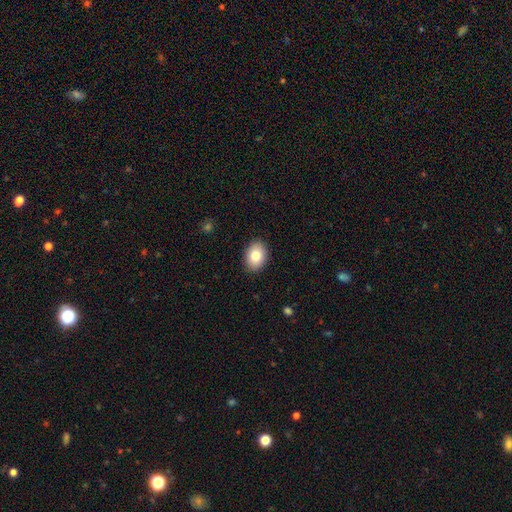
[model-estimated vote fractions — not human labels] smooth 82%, featured or disk 10%, star or artifact 8%. Down the decision tree: how rounded — in between (73%); merging — none (90%).